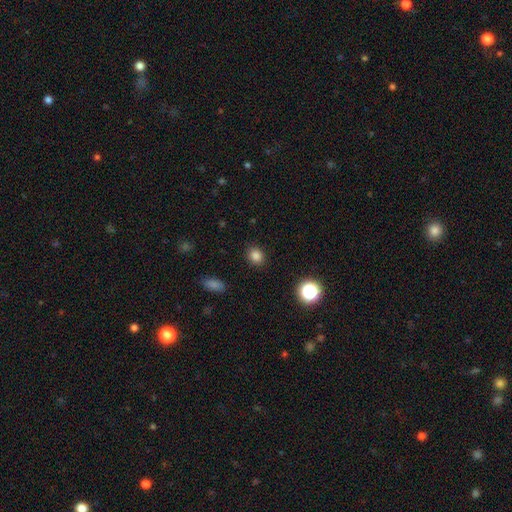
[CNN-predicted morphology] A smooth galaxy with no disk features (82%) that is round (67%).

Vote fractions:
- Smooth or featured? smooth: 82% / star or artifact: 13% / featured or disk: 4%
- How rounded? round: 67% / in between: 32% / cigar-shaped: 1%
- Merging? none: 89% / minor disturbance: 7% / major disturbance: 2% / merger: 1%